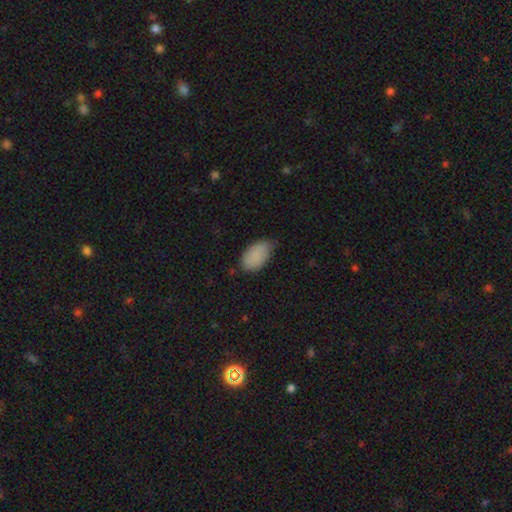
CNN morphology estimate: smooth 87%, star or artifact 7%, featured or disk 5%. Down the decision tree: how rounded — in between (93%); merging — none (52%).